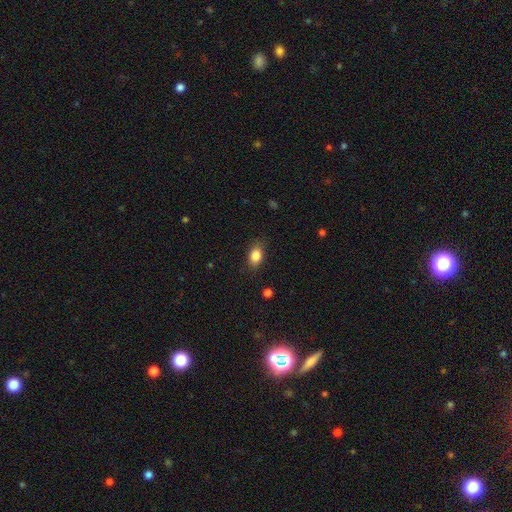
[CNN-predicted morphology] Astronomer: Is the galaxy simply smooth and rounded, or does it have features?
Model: smooth — 84%.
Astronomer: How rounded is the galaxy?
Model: in between — 80%.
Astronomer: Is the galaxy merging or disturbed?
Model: none — 83%.